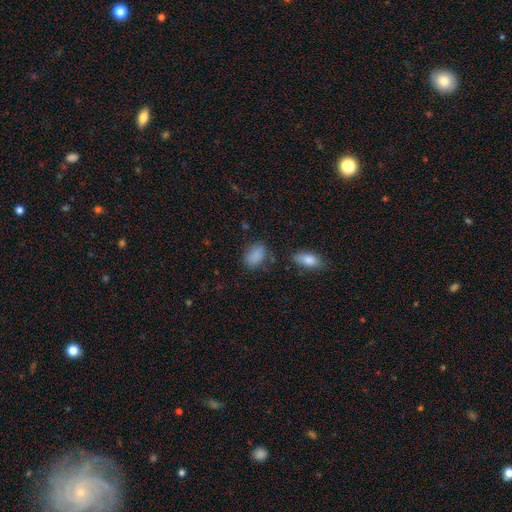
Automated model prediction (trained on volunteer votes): Overall: smooth (86%). How rounded: in between (85%). Merging: none (70%).